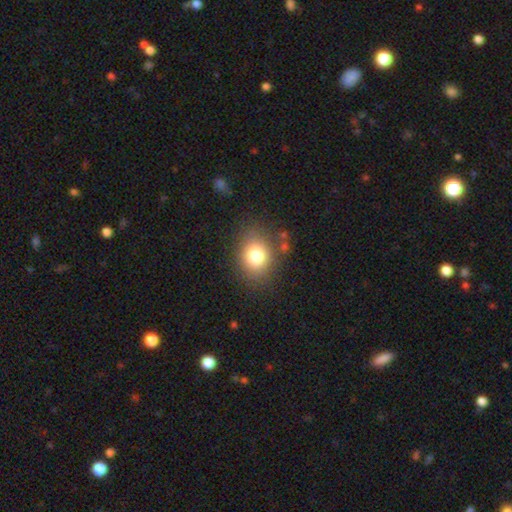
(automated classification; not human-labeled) The model was most divided on "how rounded": round: 54%, in between: 45%, cigar-shaped: 1%. More confident: merging — none (80%); smooth or featured — smooth (79%).